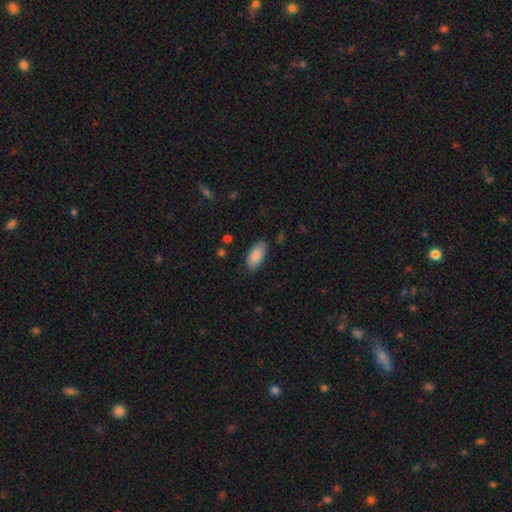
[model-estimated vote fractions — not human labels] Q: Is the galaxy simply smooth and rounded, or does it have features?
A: smooth — 88%.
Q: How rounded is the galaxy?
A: in between — 91%.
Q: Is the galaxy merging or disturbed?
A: none — 83%.